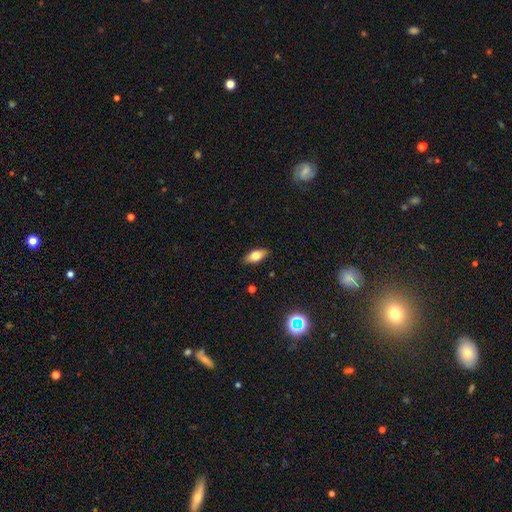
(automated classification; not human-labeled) Smooth or featured? smooth (72%)
How rounded? in between (84%)
Merging? none (88%)